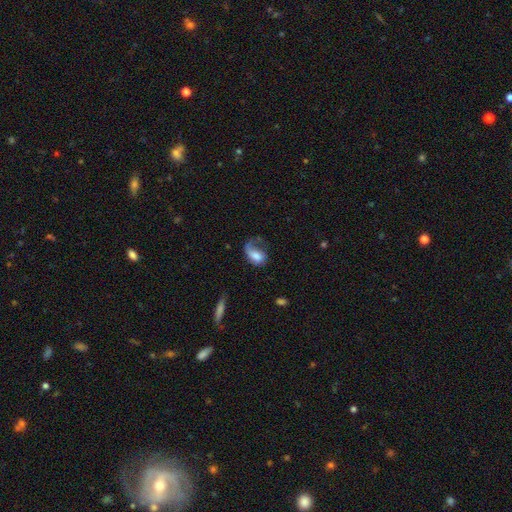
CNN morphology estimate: The model was most divided on "smooth or featured": smooth: 52%, featured or disk: 40%, star or artifact: 8%. Remaining: how rounded — in between (83%); merging — major disturbance (45%).